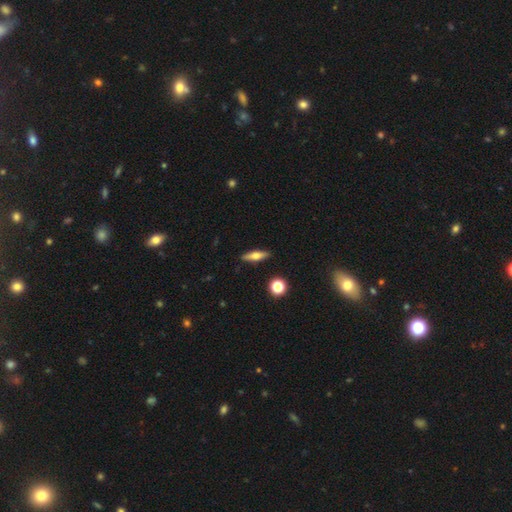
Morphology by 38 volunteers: Smooth or featured? 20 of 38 (53%) said featured or disk. Edge-on disk? 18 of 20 (90%) said yes. Edge-on bulge? 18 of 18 (100%) said rounded. Merging? 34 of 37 (92%) said none.